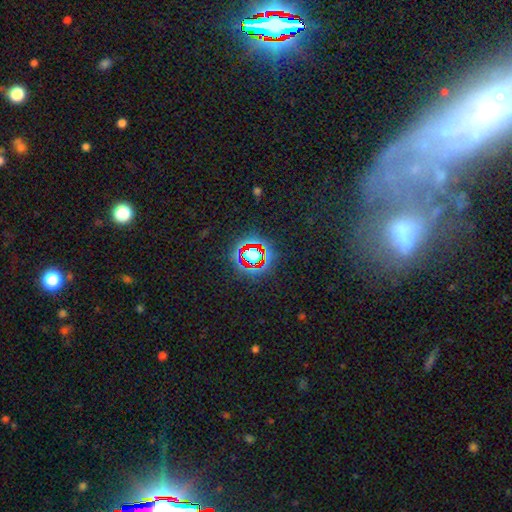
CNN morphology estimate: A star or artifact, not a galaxy (74%).

Vote fractions:
- Smooth or featured? star or artifact: 74% / smooth: 16% / featured or disk: 10%